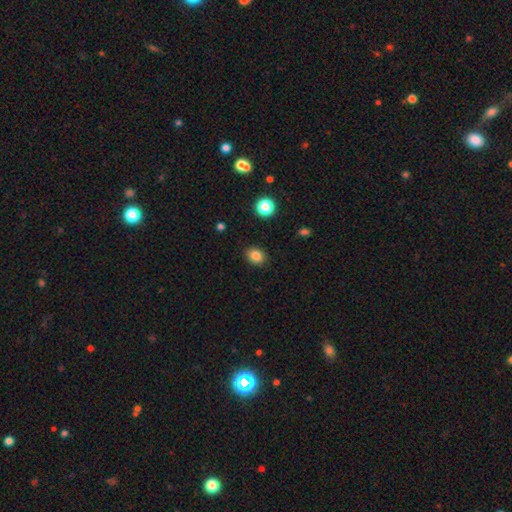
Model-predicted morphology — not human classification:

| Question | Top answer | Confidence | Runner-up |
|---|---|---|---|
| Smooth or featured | smooth | 84% | star or artifact (11%) |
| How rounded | in between | 51% | round (48%) |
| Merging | none | 88% | minor disturbance (8%) |